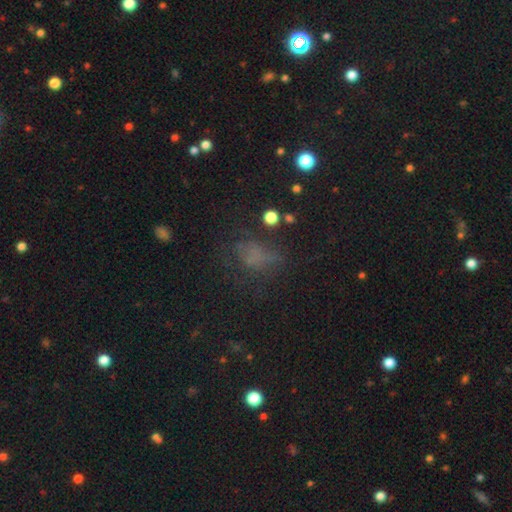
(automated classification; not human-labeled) Smooth or featured? Predicted: smooth (p=0.49). Merging? Predicted: none (p=0.51).